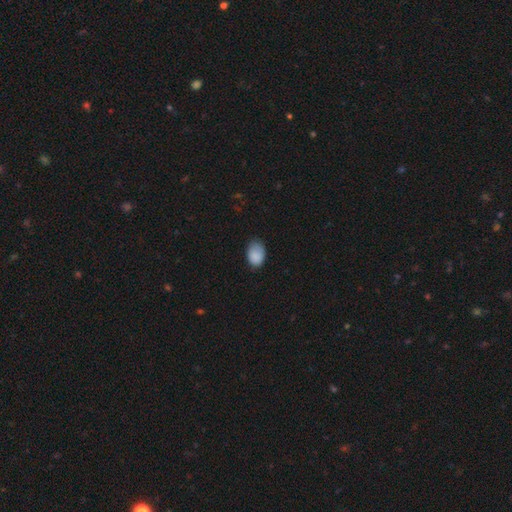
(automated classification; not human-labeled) Smooth or featured: smooth — 87% (star or artifact — 8%)
How rounded: in between — 82% (round — 17%)
Merging: none — 63% (minor disturbance — 30%)